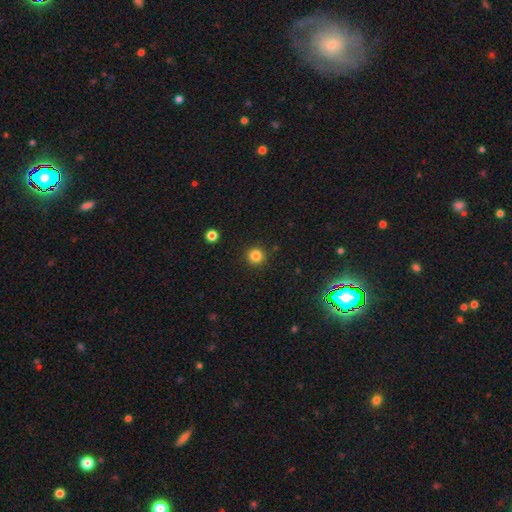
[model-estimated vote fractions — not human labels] smooth 84%, star or artifact 12%, featured or disk 4%. Down the decision tree: how rounded — round (94%); merging — none (92%).